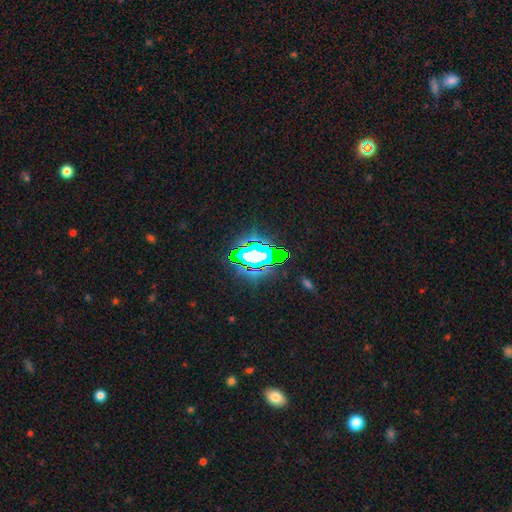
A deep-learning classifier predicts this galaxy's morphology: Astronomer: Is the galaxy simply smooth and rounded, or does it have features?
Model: star or artifact — 61%.